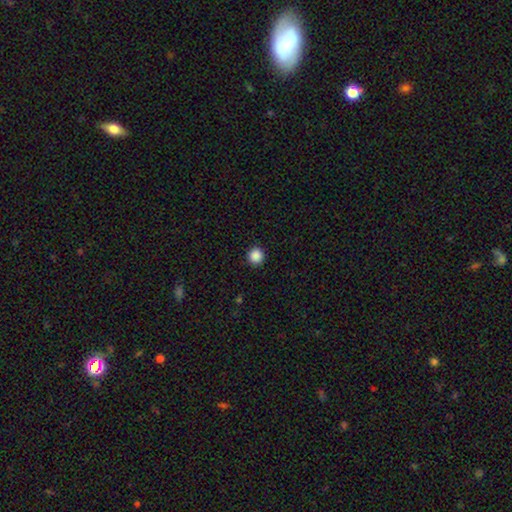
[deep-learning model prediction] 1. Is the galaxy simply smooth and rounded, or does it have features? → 88% smooth, 10% star or artifact, 2% featured or disk.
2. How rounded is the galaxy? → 94% round, 5% in between, 1% cigar-shaped.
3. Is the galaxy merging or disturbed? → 92% none, 5% minor disturbance, 2% major disturbance, 1% merger.